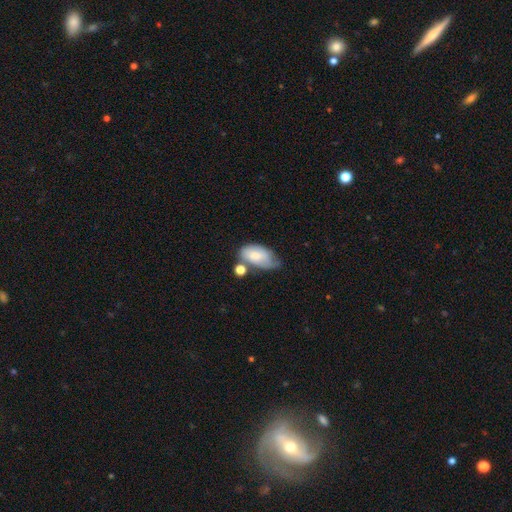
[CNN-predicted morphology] smooth_or_featured: smooth (p=0.72) [alt: featured or disk p=0.20]
how_rounded: in between (p=0.93) [alt: round p=0.04]
merging: minor disturbance (p=0.32) [alt: none p=0.31]